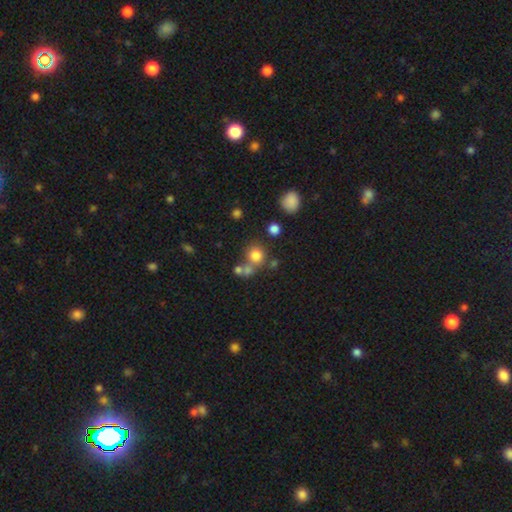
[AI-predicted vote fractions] Smooth or featured?
  - smooth: 75% *
  - star or artifact: 15%
  - featured or disk: 10%
How rounded?
  - round: 84% *
  - in between: 15%
  - cigar-shaped: 1%
Merging?
  - none: 56% *
  - merger: 29%
  - minor disturbance: 9%
  - major disturbance: 5%